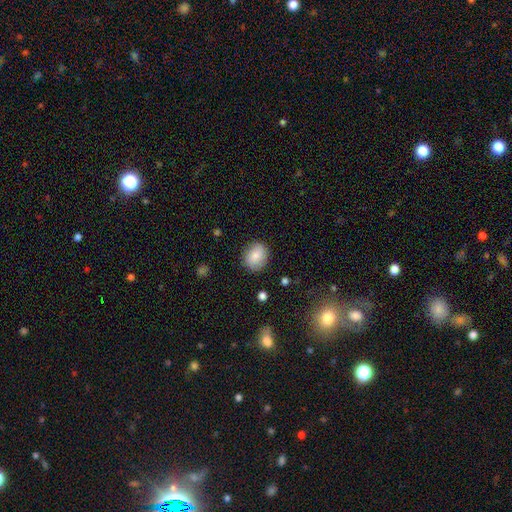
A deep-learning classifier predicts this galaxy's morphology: Smooth or featured?
  - smooth: 81% *
  - featured or disk: 11%
  - star or artifact: 8%
How rounded?
  - round: 66% *
  - in between: 33%
  - cigar-shaped: 1%
Merging?
  - none: 85% *
  - minor disturbance: 11%
  - major disturbance: 3%
  - merger: 1%